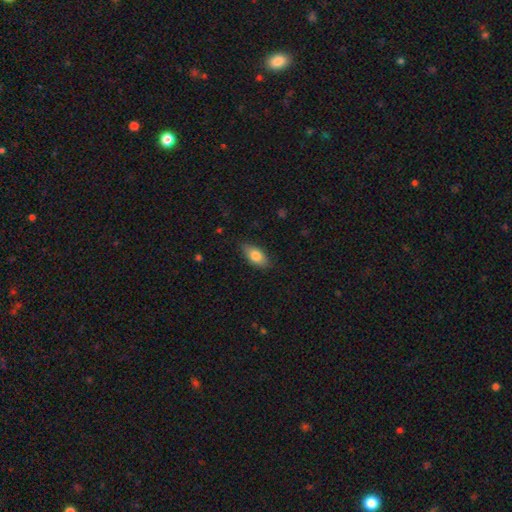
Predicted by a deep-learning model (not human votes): smooth_or_featured: smooth (p=0.81) [alt: featured or disk p=0.12]
how_rounded: in between (p=0.90) [alt: cigar-shaped p=0.07]
merging: none (p=0.82) [alt: minor disturbance p=0.14]